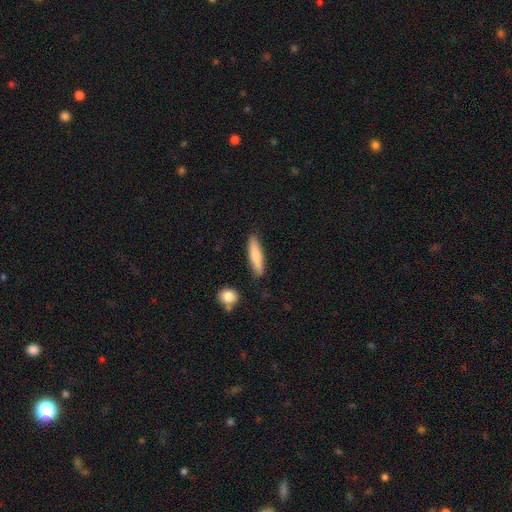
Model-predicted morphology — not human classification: type=smooth (75%); roundness=cigar-shaped (75%); merging=none (86%).